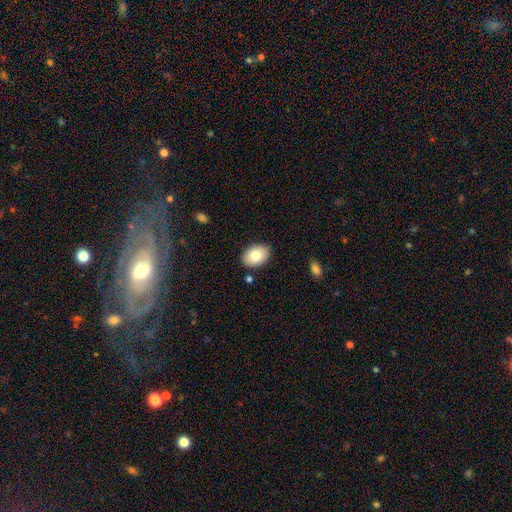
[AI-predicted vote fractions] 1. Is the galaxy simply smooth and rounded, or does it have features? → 80% smooth, 13% featured or disk, 7% star or artifact.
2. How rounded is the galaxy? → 78% in between, 21% round, 1% cigar-shaped.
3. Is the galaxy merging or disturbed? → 86% none, 10% minor disturbance, 2% major disturbance, 2% merger.